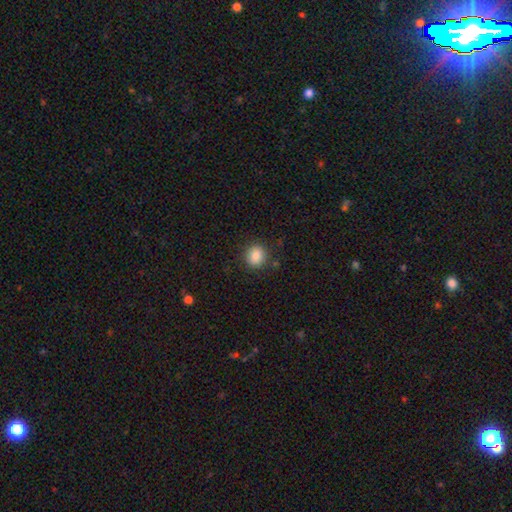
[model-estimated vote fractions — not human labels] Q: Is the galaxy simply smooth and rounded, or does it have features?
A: smooth — 85%.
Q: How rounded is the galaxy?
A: round — 80%.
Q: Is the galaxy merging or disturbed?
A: none — 87%.